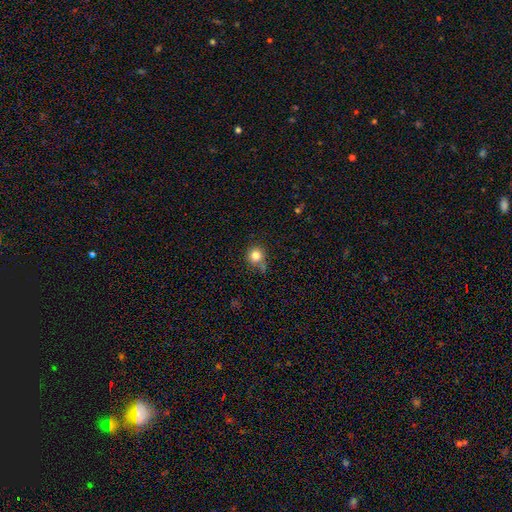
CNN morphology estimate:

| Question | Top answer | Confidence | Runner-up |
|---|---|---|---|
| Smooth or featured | smooth | 82% | star or artifact (12%) |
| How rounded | round | 91% | in between (8%) |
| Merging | none | 70% | minor disturbance (19%) |